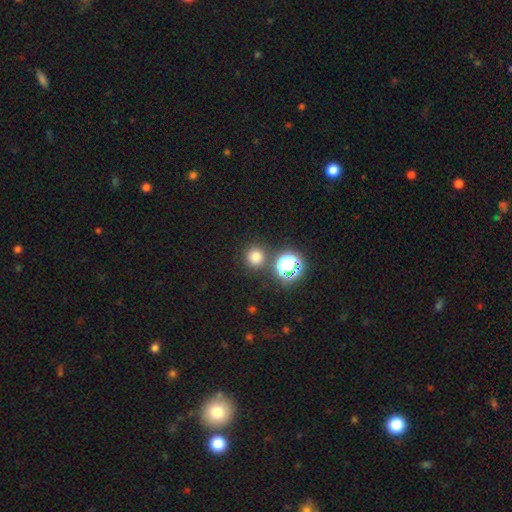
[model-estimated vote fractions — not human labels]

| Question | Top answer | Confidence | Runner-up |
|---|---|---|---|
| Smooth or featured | smooth | 73% | star or artifact (21%) |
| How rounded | round | 93% | in between (6%) |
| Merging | none | 83% | merger (7%) |